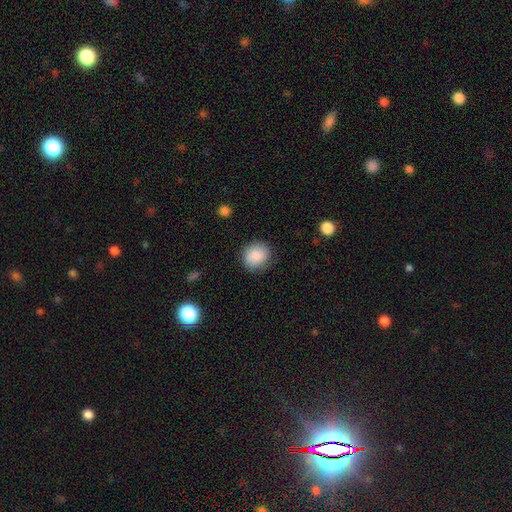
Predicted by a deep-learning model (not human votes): smooth_or_featured: smooth (p=0.88) [alt: star or artifact p=0.07]
how_rounded: round (p=0.82) [alt: in between p=0.17]
merging: none (p=0.85) [alt: minor disturbance p=0.11]